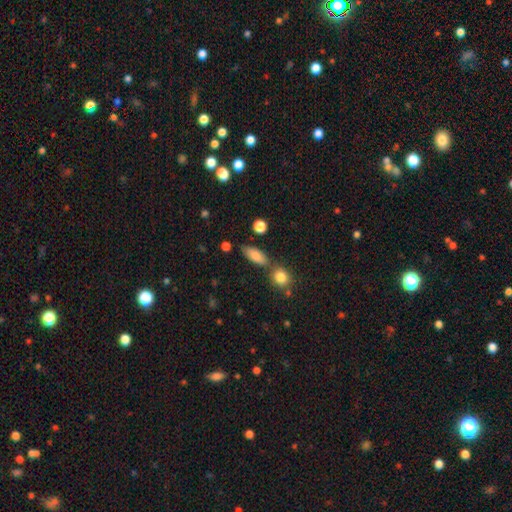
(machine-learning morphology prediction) Smooth or featured? smooth (83%)
How rounded? in between (73%)
Merging? none (69%)